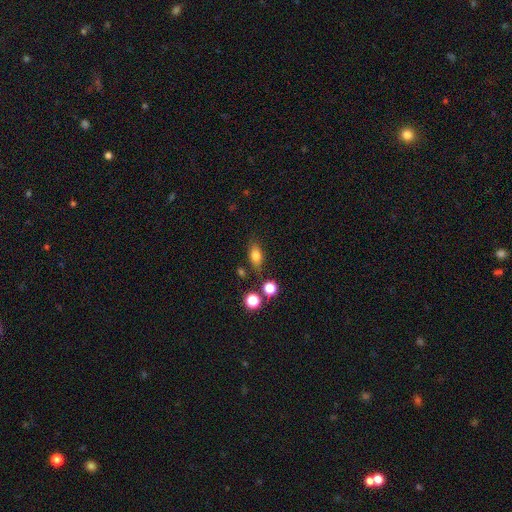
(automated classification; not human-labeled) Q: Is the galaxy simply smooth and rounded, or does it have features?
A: smooth — 78%.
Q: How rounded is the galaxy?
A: in between — 78%.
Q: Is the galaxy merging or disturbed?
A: none — 76%.